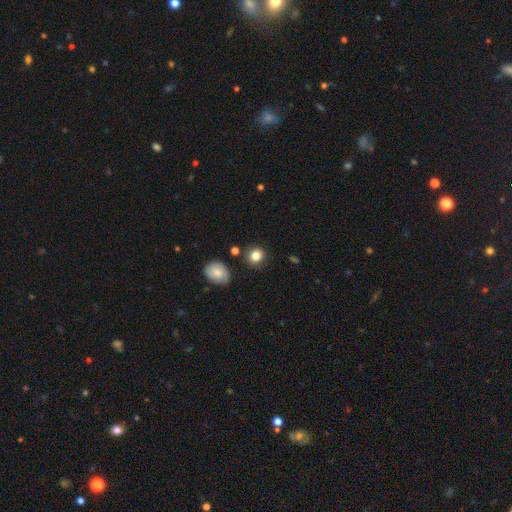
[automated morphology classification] smooth 84%, star or artifact 10%, featured or disk 6%. Down the decision tree: how rounded — round (85%); merging — none (82%).